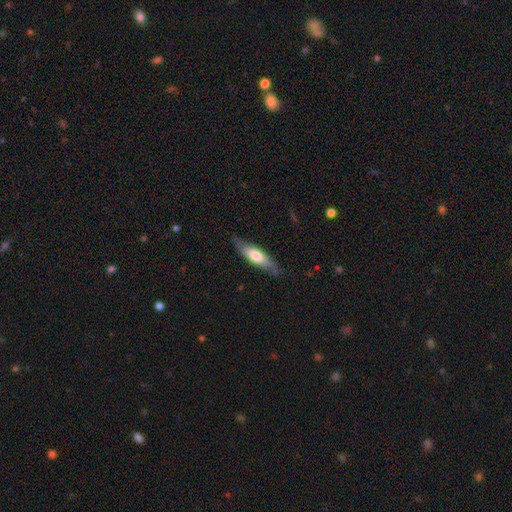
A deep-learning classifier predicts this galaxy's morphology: A smooth galaxy with no disk features (54%) that is cigar-shaped (59%). Merging: none (77%).